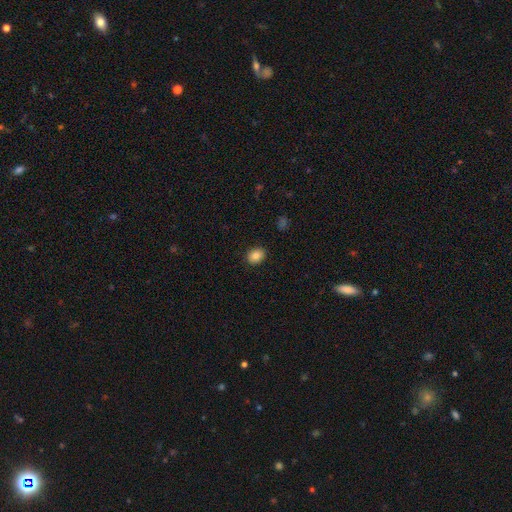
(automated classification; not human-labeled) Overall: smooth (85%). How rounded: in between (56%; round 43%). Merging: none (89%).